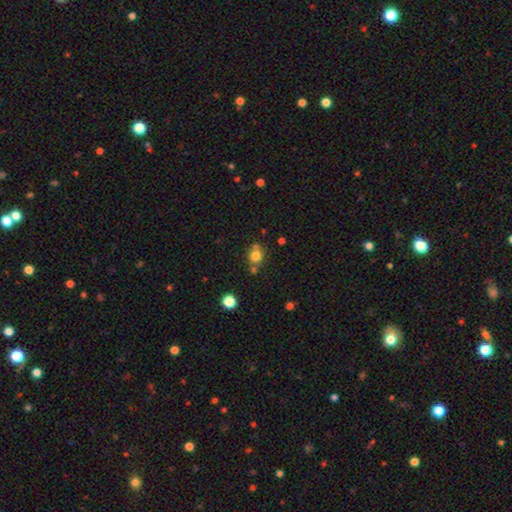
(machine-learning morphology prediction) Q: Smooth or featured?
A: smooth (77%); runner-up: star or artifact (14%)
Q: How rounded?
A: round (83%); runner-up: in between (16%)
Q: Merging?
A: none (64%); runner-up: merger (20%)